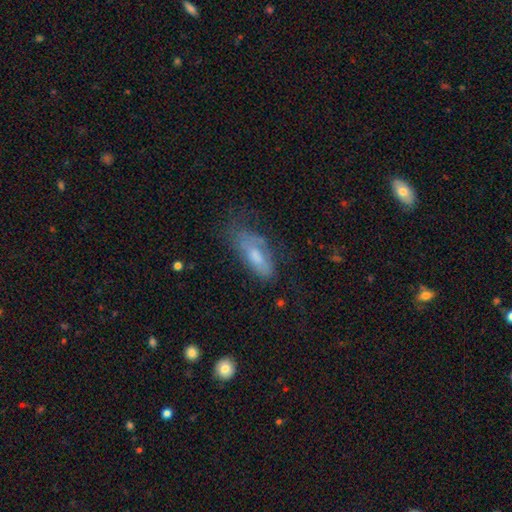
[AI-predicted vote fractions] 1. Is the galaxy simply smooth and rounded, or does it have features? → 55% smooth, 37% featured or disk, 9% star or artifact.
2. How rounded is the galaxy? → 72% in between, 25% cigar-shaped, 2% round.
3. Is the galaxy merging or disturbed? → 43% none, 31% minor disturbance, 23% major disturbance, 3% merger.